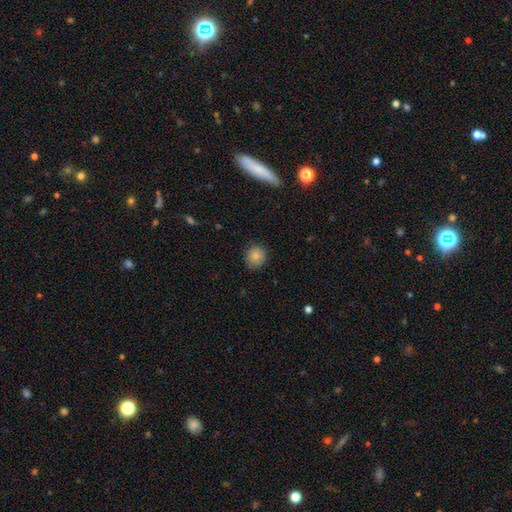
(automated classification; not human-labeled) A smooth galaxy with no disk features (84%) that is round (81%).

Vote fractions:
- Smooth or featured? smooth: 84% / star or artifact: 10% / featured or disk: 6%
- How rounded? round: 81% / in between: 18% / cigar-shaped: 1%
- Merging? none: 83% / minor disturbance: 14% / major disturbance: 3% / merger: 1%